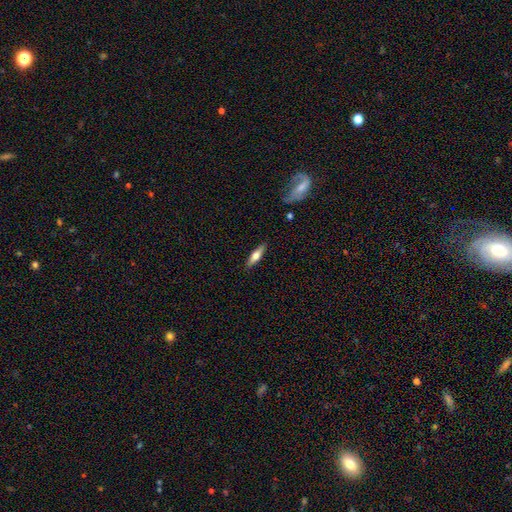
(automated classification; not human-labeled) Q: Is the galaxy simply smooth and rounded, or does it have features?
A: smooth — 56%.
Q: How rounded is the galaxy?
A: cigar-shaped — 65%.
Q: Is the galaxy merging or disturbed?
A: none — 88%.